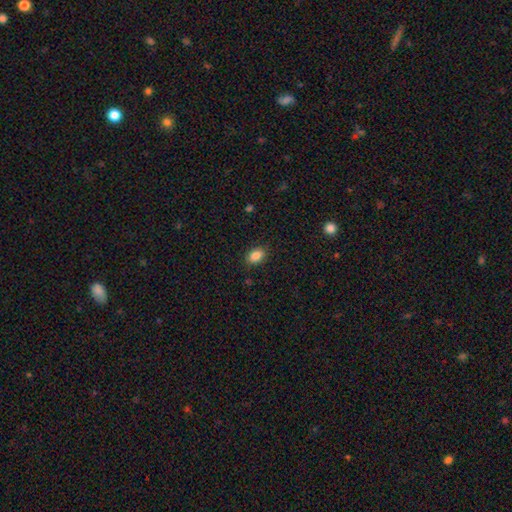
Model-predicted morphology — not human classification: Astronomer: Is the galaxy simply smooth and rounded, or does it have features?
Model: smooth — 87%.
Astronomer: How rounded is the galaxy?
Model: in between — 81%.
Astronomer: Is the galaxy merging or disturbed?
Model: none — 87%.